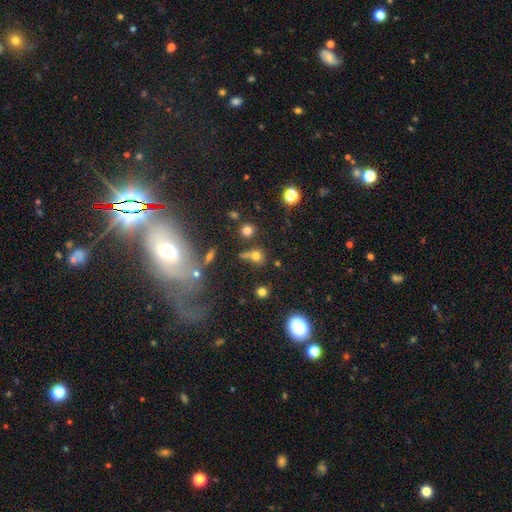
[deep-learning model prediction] Overall: smooth (67%). How rounded: round (68%). Merging: none (51%; merger 19%).